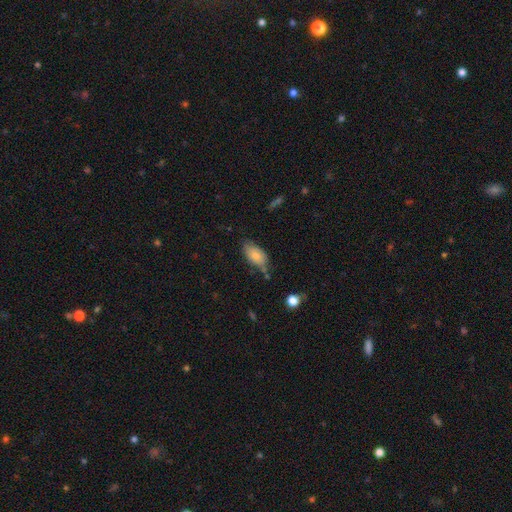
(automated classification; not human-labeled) Q: Smooth or featured?
A: smooth (79%); runner-up: featured or disk (14%)
Q: How rounded?
A: in between (93%); runner-up: round (4%)
Q: Merging?
A: none (59%); runner-up: minor disturbance (28%)